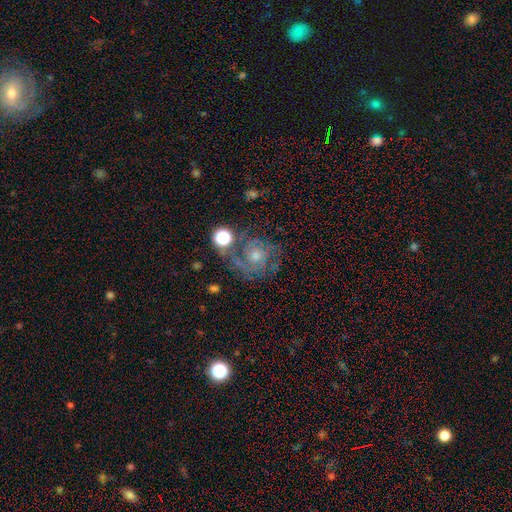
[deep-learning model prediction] featured or disk 76%, smooth 12%, star or artifact 12%. Down the decision tree: edge-on disk — no (98%); bar — no (73%); spiral arms — yes (93%); spiral arm count — 2 (43%); spiral winding — tight (53%); bulge size — moderate (51%); merging — none (65%).